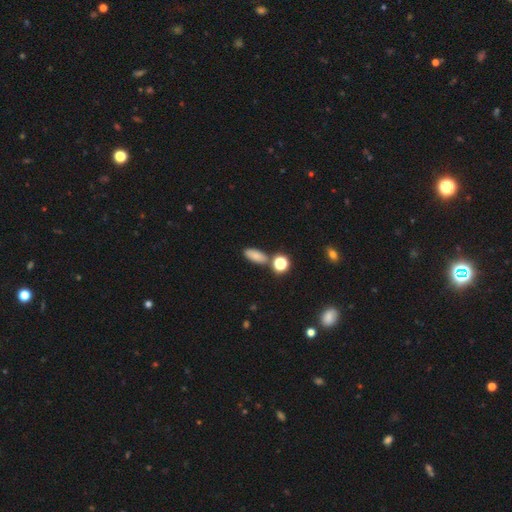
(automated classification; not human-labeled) Q: Smooth or featured?
A: smooth (78%); runner-up: star or artifact (13%)
Q: How rounded?
A: in between (77%); runner-up: cigar-shaped (15%)
Q: Merging?
A: none (75%); runner-up: minor disturbance (12%)